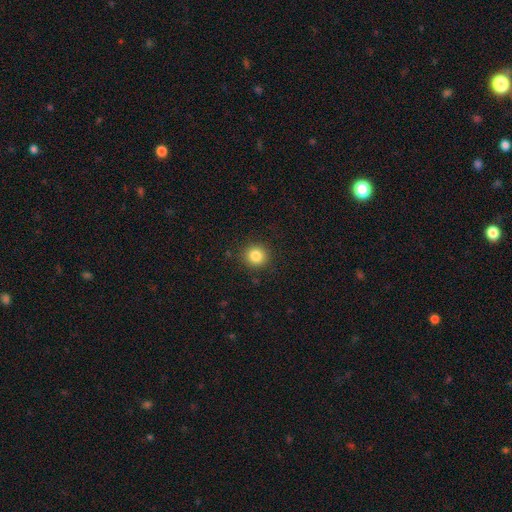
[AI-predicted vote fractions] Overall: smooth (84%). How rounded: round (91%). Merging: none (90%).